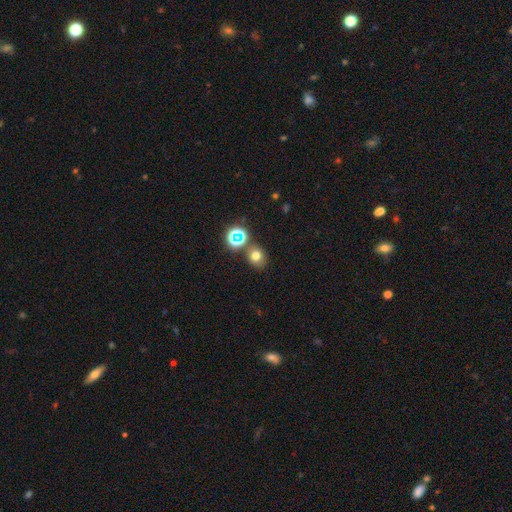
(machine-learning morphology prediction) A smooth galaxy with no disk features (68%) that is round (68%). Merging: none (74%).